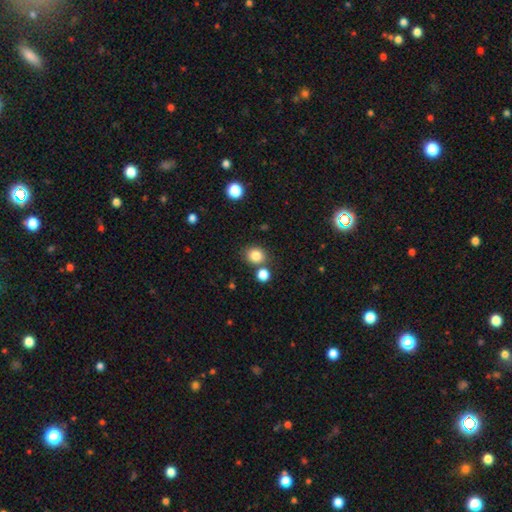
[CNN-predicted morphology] A smooth galaxy with no disk features (84%) that is round (79%). Merging: none (74%).